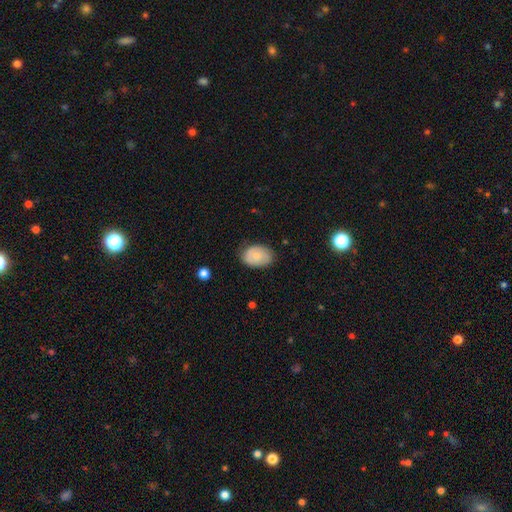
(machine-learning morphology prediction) A smooth galaxy with no disk features (64%) that is in between round and cigar-shaped (81%). Merging: none (75%).